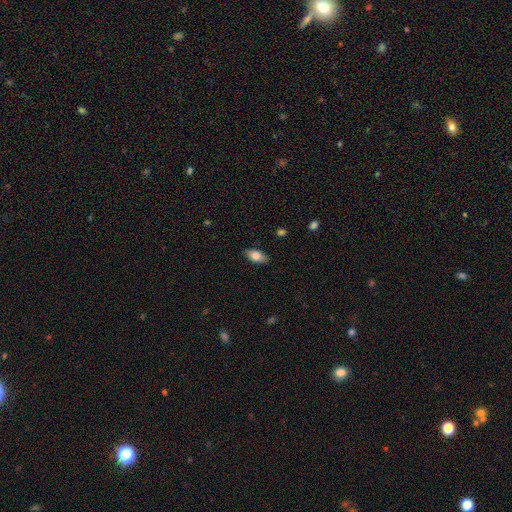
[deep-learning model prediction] smooth_or_featured: smooth (p=0.78) [alt: featured or disk p=0.16]
how_rounded: in between (p=0.89) [alt: cigar-shaped p=0.07]
merging: none (p=0.86) [alt: minor disturbance p=0.11]